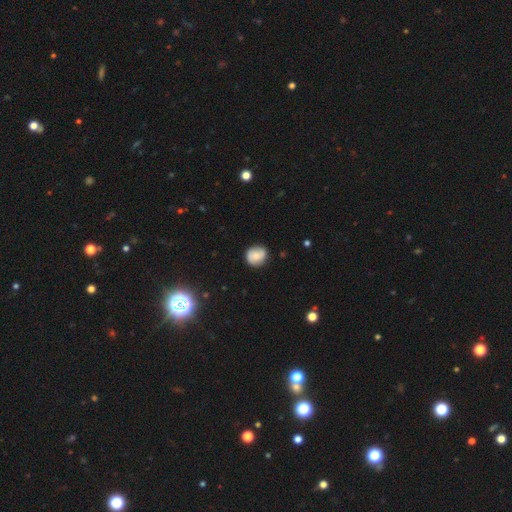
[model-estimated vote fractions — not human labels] Smooth or featured? Predicted: smooth (p=0.59). How rounded? Predicted: round (p=0.80). Merging? Predicted: none (p=0.81).